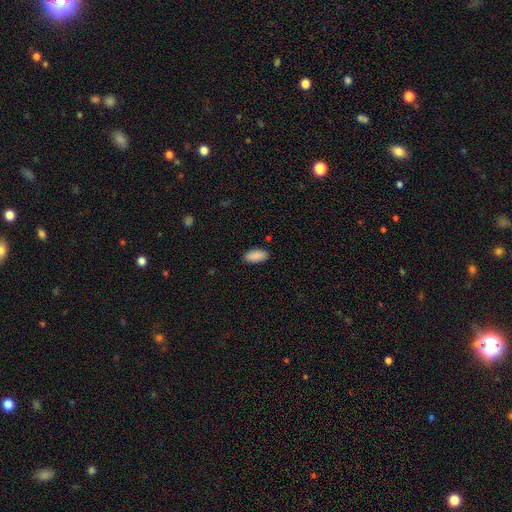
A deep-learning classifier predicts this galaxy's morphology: Smooth or featured? Predicted: smooth (p=0.90). How rounded? Predicted: in between (p=0.92). Merging? Predicted: none (p=0.88).